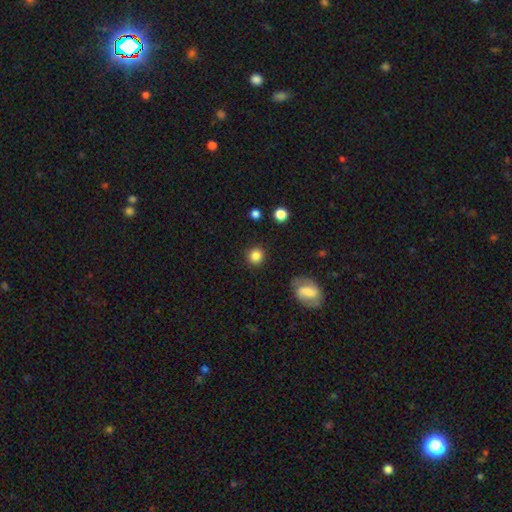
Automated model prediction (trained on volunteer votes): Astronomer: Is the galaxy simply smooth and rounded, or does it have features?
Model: smooth — 84%.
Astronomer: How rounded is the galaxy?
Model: round — 90%.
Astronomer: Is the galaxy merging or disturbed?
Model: none — 88%.